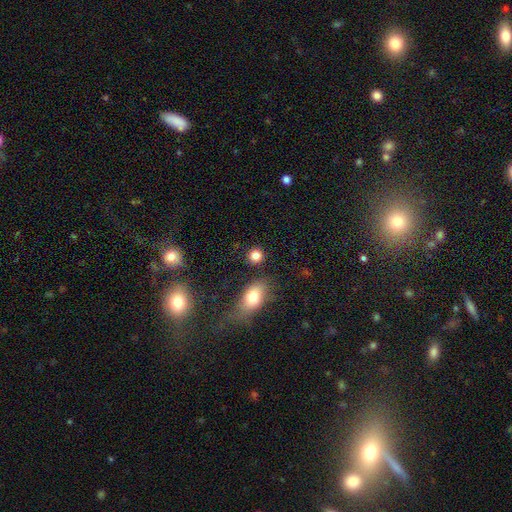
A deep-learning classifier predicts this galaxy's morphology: Smooth or featured: smooth — 83% (star or artifact — 11%)
How rounded: round — 82% (in between — 16%)
Merging: none — 84% (minor disturbance — 8%)